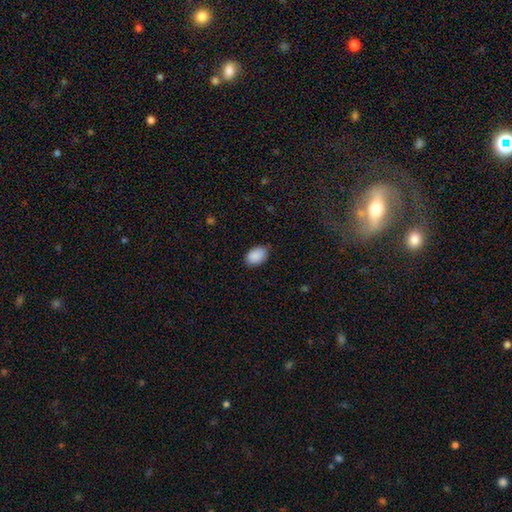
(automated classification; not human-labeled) Smooth or featured? Predicted: smooth (p=0.91). How rounded? Predicted: in between (p=0.89). Merging? Predicted: none (p=0.83).